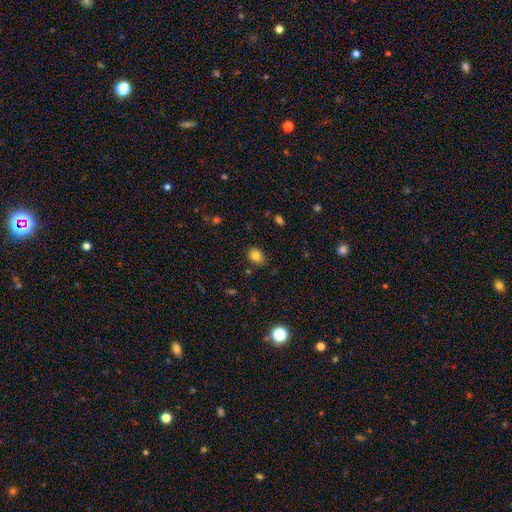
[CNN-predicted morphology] smooth 82%, star or artifact 11%, featured or disk 7%. Down the decision tree: how rounded — in between (56%); merging — none (81%).